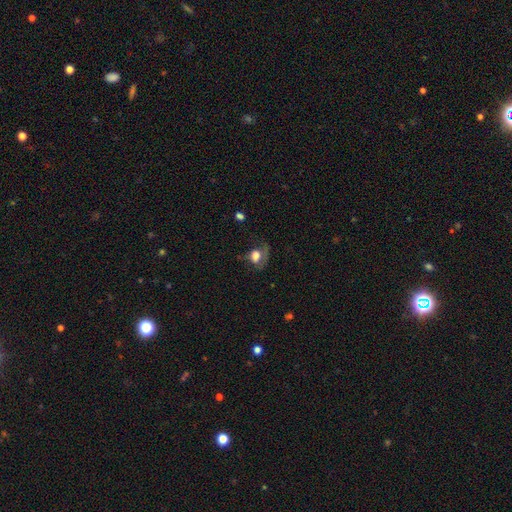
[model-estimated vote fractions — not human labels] A smooth galaxy with no disk features (61%) that is in between round and cigar-shaped (61%). Merging: major disturbance (39%).